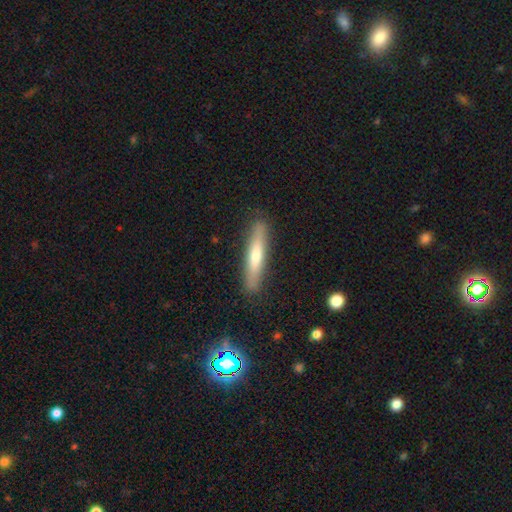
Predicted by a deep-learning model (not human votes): Smooth or featured? smooth (57%)
How rounded? cigar-shaped (91%)
Merging? none (88%)